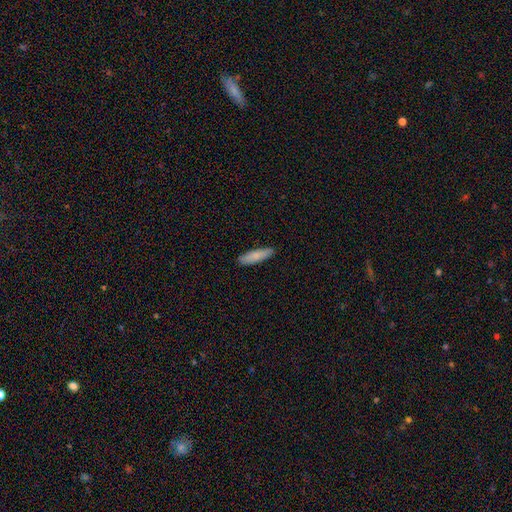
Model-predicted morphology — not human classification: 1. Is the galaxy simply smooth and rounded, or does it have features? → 83% smooth, 12% featured or disk, 6% star or artifact.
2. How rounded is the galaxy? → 64% cigar-shaped, 34% in between, 2% round.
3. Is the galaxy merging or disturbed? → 88% none, 9% minor disturbance, 2% major disturbance, 1% merger.